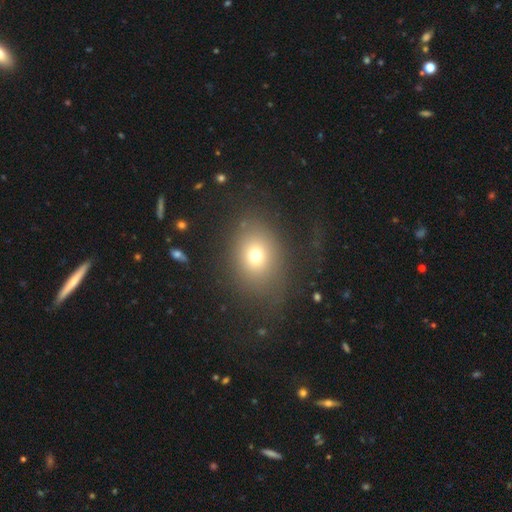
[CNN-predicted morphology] Smooth or featured: smooth — 70% (star or artifact — 15%)
How rounded: in between — 53% (round — 46%)
Merging: none — 70% (minor disturbance — 15%)